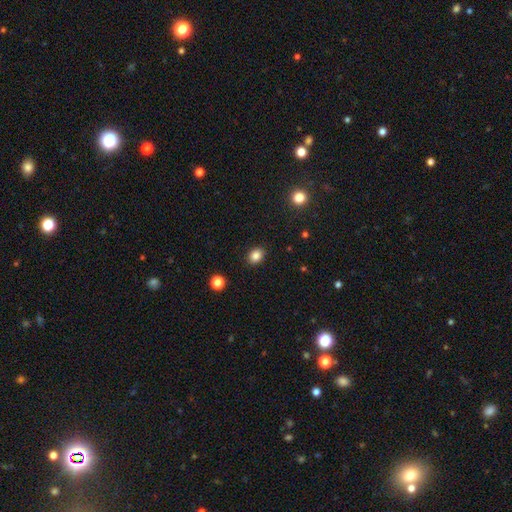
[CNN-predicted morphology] Smooth or featured?
  - smooth: 85% *
  - star or artifact: 11%
  - featured or disk: 5%
How rounded?
  - in between: 53% *
  - round: 46%
  - cigar-shaped: 1%
Merging?
  - none: 89% *
  - minor disturbance: 7%
  - major disturbance: 2%
  - merger: 1%